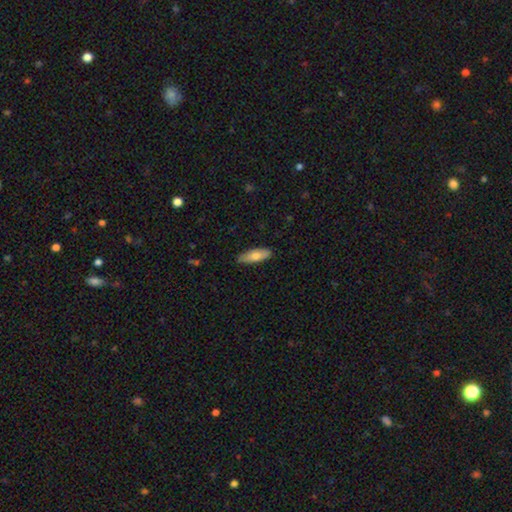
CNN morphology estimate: Smooth or featured? Predicted: smooth (p=0.75). How rounded? Predicted: in between (p=0.60). Merging? Predicted: none (p=0.84).